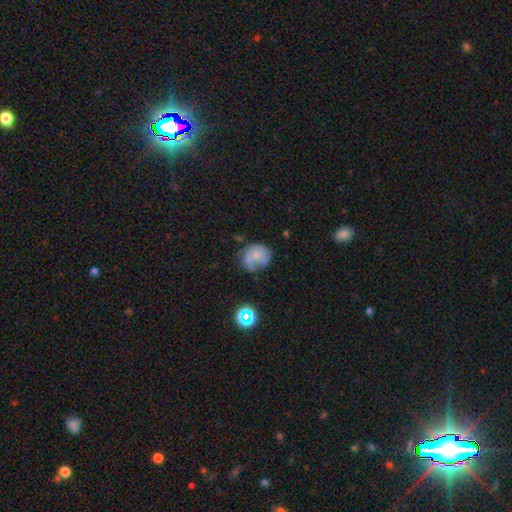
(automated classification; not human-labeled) Smooth or featured? Predicted: smooth (p=0.52). How rounded? Predicted: round (p=0.71). Merging? Predicted: none (p=0.42).